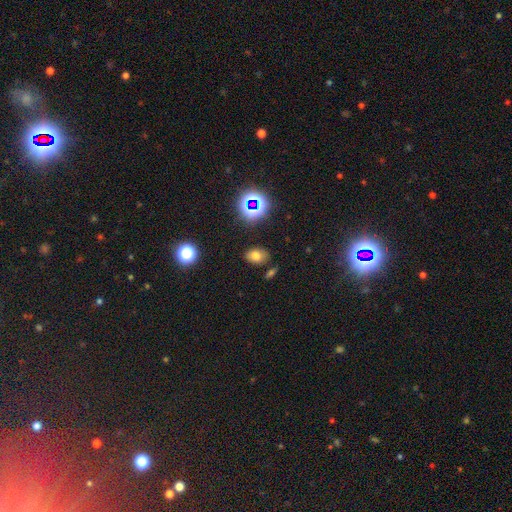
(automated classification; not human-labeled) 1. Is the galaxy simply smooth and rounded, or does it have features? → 69% smooth, 20% star or artifact, 11% featured or disk.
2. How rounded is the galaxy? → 79% in between, 19% round, 1% cigar-shaped.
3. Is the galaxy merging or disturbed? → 81% none, 12% minor disturbance, 4% merger, 3% major disturbance.